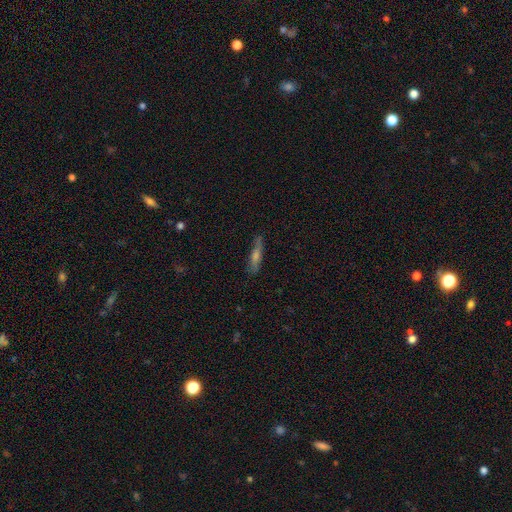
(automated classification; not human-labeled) Q: Smooth or featured?
A: smooth (45%); tied with: featured or disk (45%)
Q: Merging?
A: none (80%); runner-up: minor disturbance (15%)